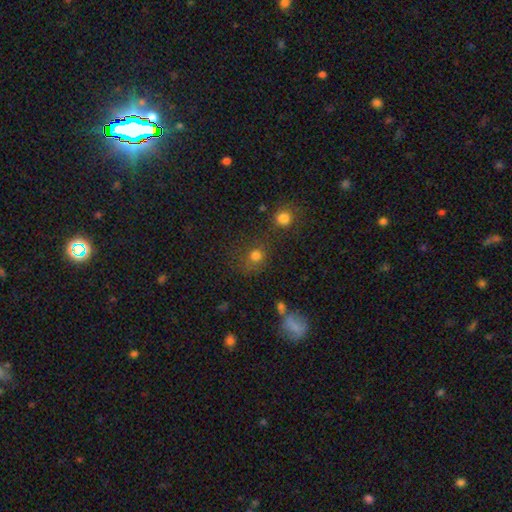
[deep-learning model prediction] This is likely a smooth galaxy (73%). How rounded: clearly round (83%). Merging: likely none (61%).